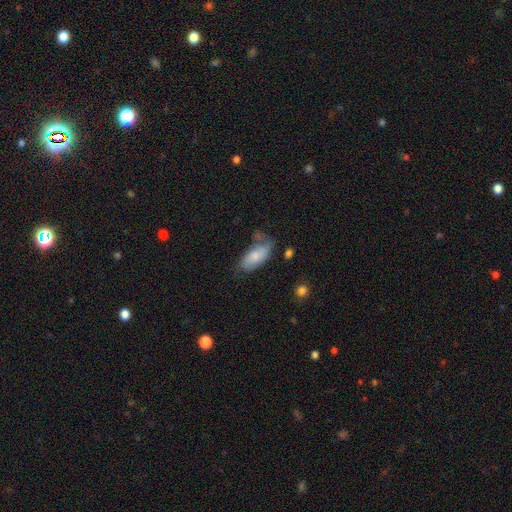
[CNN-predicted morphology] type=smooth (70%); roundness=in between (90%); merging=none (49%).